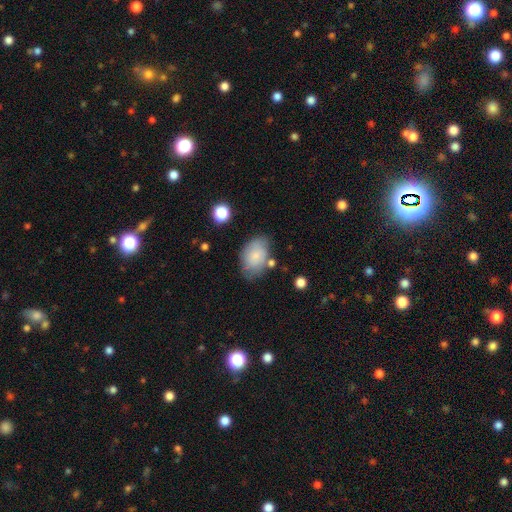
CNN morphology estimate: The model was most divided on "merging": none: 65%, minor disturbance: 22%, major disturbance: 7%, merger: 6%. More confident: how rounded — in between (85%); smooth or featured — smooth (76%).